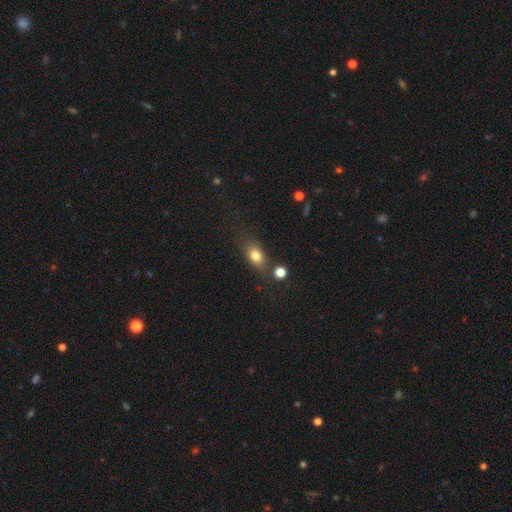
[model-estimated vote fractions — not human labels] The model was most divided on "how rounded": in between: 69%, round: 25%, cigar-shaped: 6%. More confident: smooth or featured — smooth (78%); merging — none (67%).